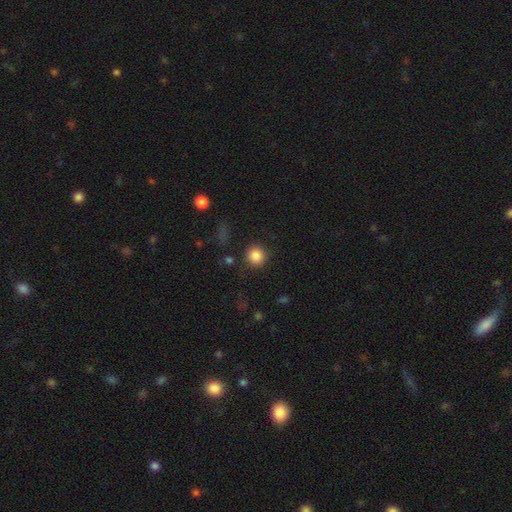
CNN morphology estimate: Q: Smooth or featured?
A: smooth (86%); runner-up: star or artifact (10%)
Q: How rounded?
A: round (92%); runner-up: in between (7%)
Q: Merging?
A: none (86%); runner-up: minor disturbance (8%)